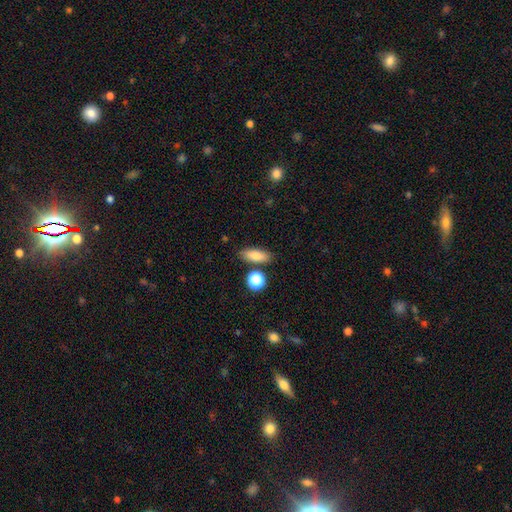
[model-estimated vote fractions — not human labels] smooth_or_featured: smooth (p=0.81) [alt: featured or disk p=0.10]
how_rounded: in between (p=0.71) [alt: cigar-shaped p=0.21]
merging: none (p=0.80) [alt: minor disturbance p=0.10]